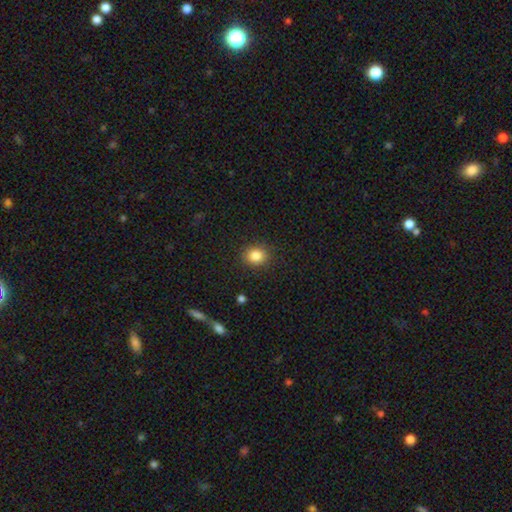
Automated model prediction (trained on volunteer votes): Smooth or featured: smooth — 84% (star or artifact — 10%)
How rounded: round — 72% (in between — 27%)
Merging: none — 88% (minor disturbance — 8%)